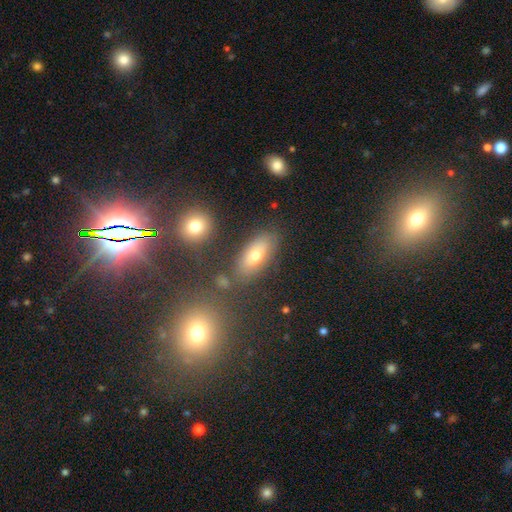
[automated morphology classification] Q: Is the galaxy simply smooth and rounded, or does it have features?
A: smooth — 59%.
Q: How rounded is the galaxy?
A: in between — 79%.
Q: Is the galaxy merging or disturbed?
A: none — 79%.